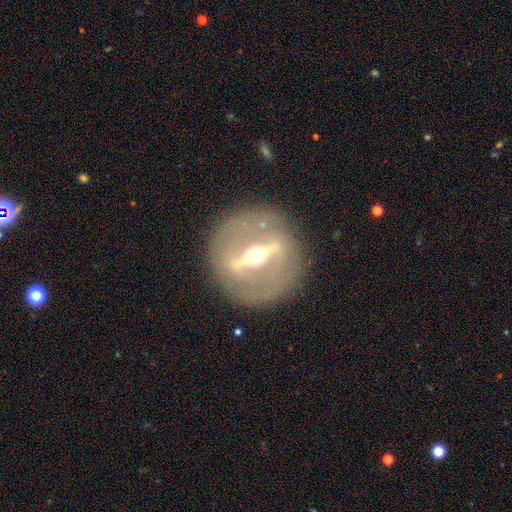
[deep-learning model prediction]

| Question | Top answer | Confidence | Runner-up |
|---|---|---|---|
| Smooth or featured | featured or disk | 85% | smooth (9%) |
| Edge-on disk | yes | 55% | no (45%) |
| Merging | none | 88% | minor disturbance (7%) |